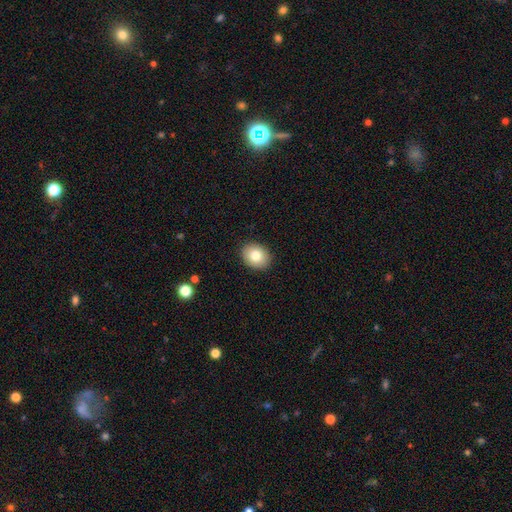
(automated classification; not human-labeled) smooth 80%, featured or disk 11%, star or artifact 9%. Down the decision tree: how rounded — in between (52%); merging — none (90%).